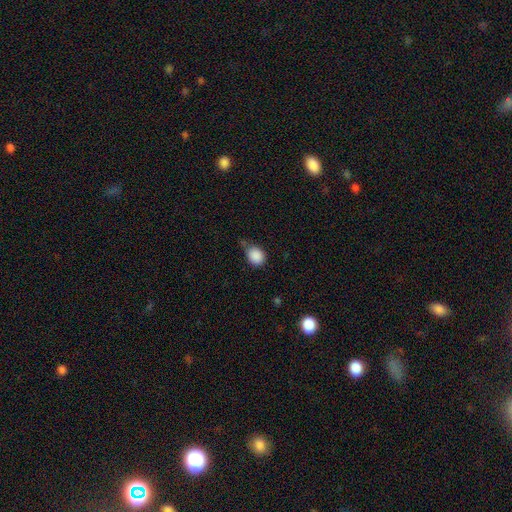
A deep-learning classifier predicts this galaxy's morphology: Smooth or featured? smooth (87%)
How rounded? round (66%)
Merging? none (47%)